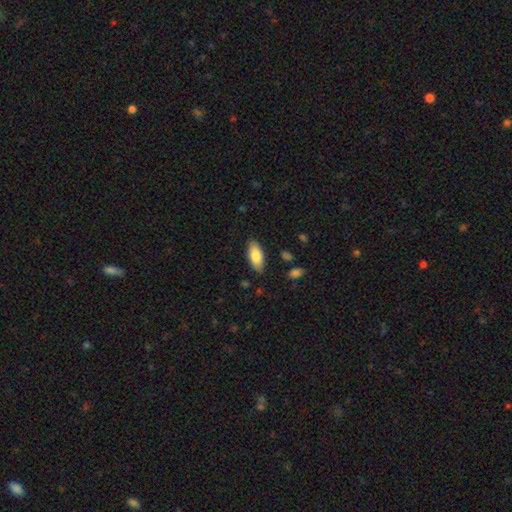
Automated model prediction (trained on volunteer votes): smooth-or-featured: smooth: 83% | featured or disk: 10% | star or artifact: 6%
  how-rounded: in between: 85% | cigar-shaped: 13% | round: 2%
  merging: none: 86% | minor disturbance: 11% | major disturbance: 2% | merger: 1%